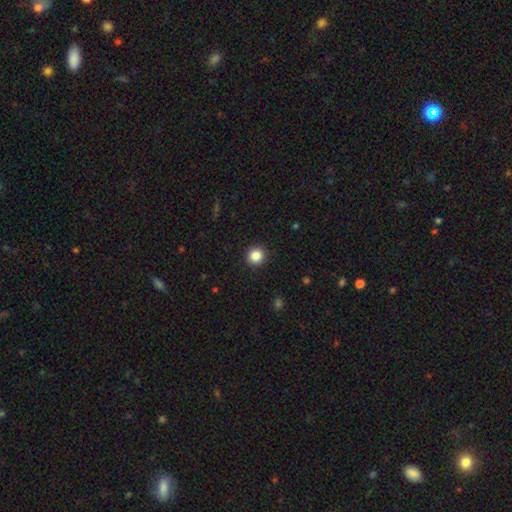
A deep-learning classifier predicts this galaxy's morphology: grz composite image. It shows a smooth galaxy with no disk features (85%) that is round (95%). Merging: none (92%).